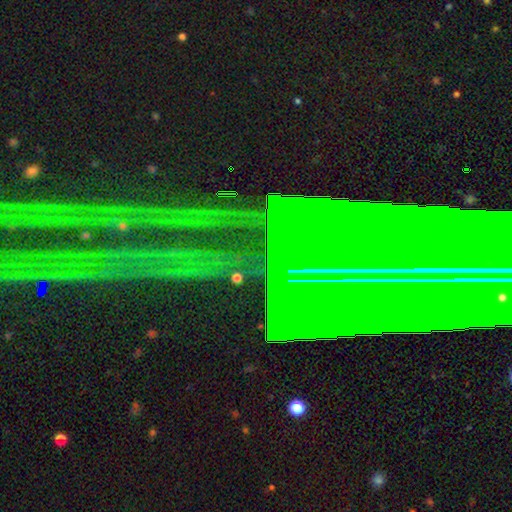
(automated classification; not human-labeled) Smooth or featured? star or artifact (81%)